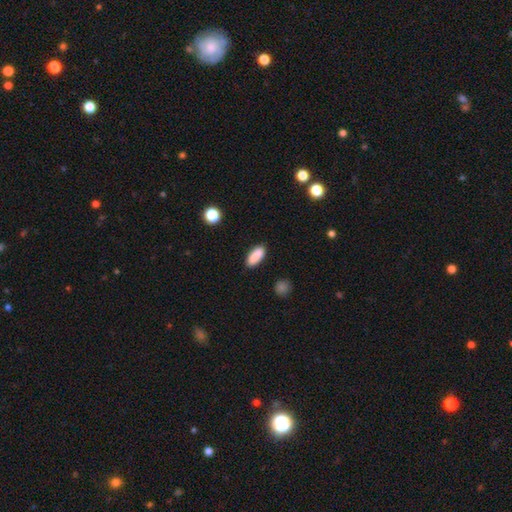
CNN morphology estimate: Smooth or featured?
  - smooth: 88% *
  - star or artifact: 7%
  - featured or disk: 5%
How rounded?
  - in between: 75% *
  - cigar-shaped: 23%
  - round: 2%
Merging?
  - none: 87% *
  - minor disturbance: 9%
  - major disturbance: 2%
  - merger: 2%